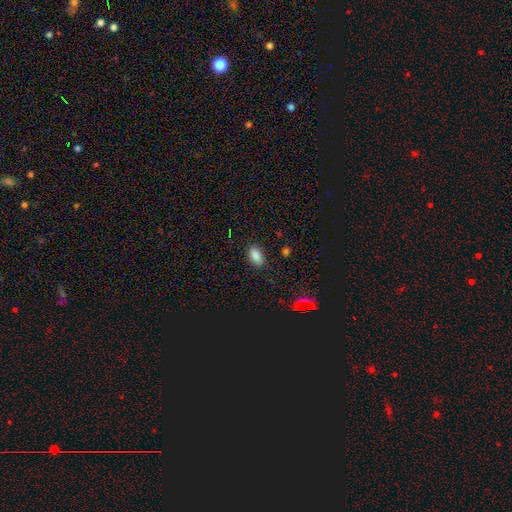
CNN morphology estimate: Smooth or featured? Predicted: smooth (p=0.85). How rounded? Predicted: in between (p=0.91). Merging? Predicted: none (p=0.85).